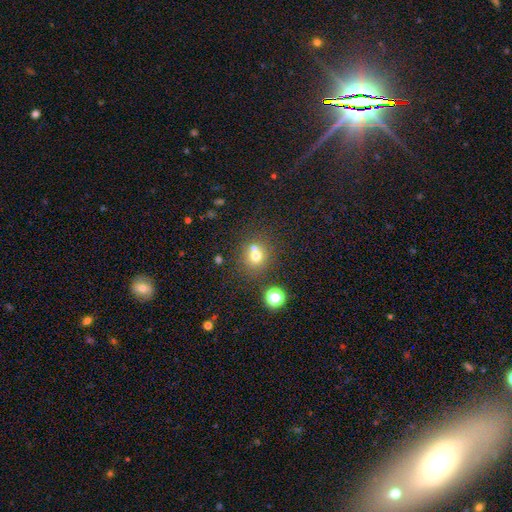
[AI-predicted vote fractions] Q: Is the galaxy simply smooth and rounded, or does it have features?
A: smooth — 69%.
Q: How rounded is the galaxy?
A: round — 86%.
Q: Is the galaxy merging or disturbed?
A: none — 56%.